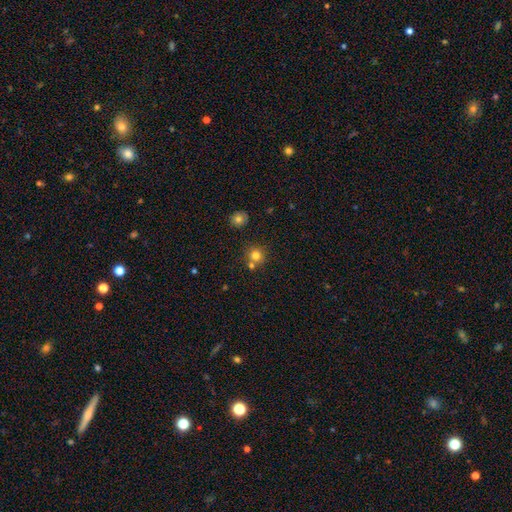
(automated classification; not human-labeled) Smooth or featured?
  - smooth: 77% *
  - star or artifact: 14%
  - featured or disk: 9%
How rounded?
  - round: 91% *
  - in between: 8%
  - cigar-shaped: 1%
Merging?
  - none: 68% *
  - merger: 22%
  - minor disturbance: 8%
  - major disturbance: 2%